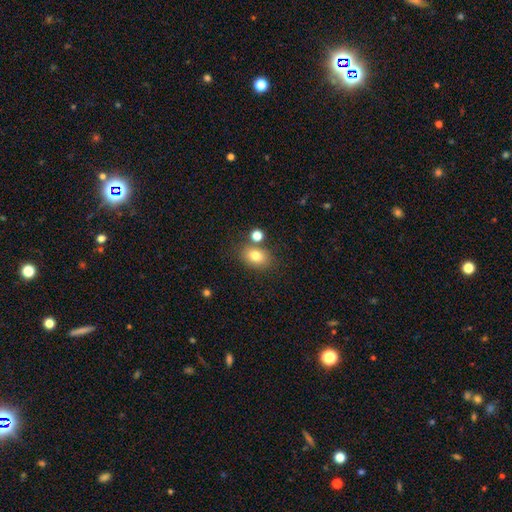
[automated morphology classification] A smooth galaxy with no disk features (79%) that is in between round and cigar-shaped (69%).

Vote fractions:
- Smooth or featured? smooth: 79% / star or artifact: 11% / featured or disk: 10%
- How rounded? in between: 69% / round: 30% / cigar-shaped: 1%
- Merging? none: 70% / merger: 14% / minor disturbance: 12% / major disturbance: 4%